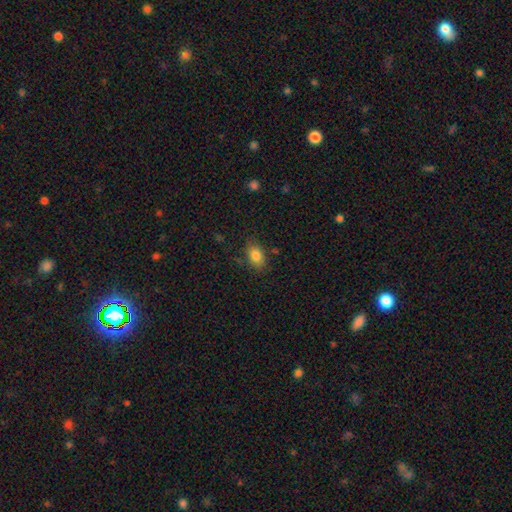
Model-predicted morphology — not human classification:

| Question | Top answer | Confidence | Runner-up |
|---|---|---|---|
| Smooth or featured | smooth | 82% | star or artifact (10%) |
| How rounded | in between | 81% | round (17%) |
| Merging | none | 79% | minor disturbance (15%) |